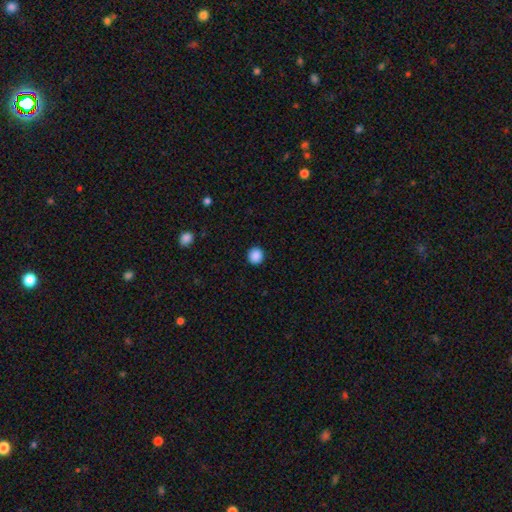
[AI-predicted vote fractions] smooth_or_featured: smooth (p=0.89) [alt: star or artifact p=0.09]
how_rounded: round (p=0.91) [alt: in between p=0.08]
merging: none (p=0.92) [alt: minor disturbance p=0.05]